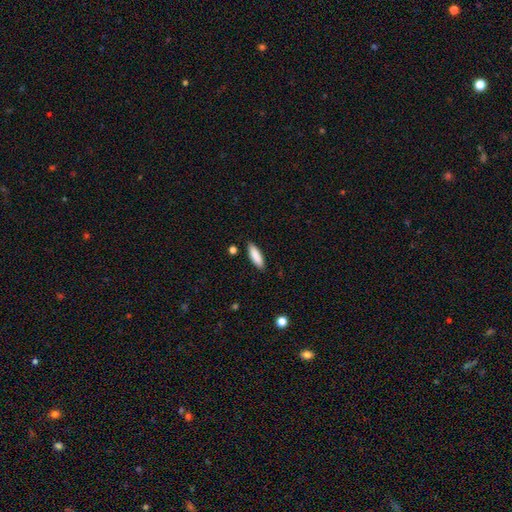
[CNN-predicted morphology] Overall: smooth (87%). How rounded: cigar-shaped (51%; in between 48%). Merging: none (87%).